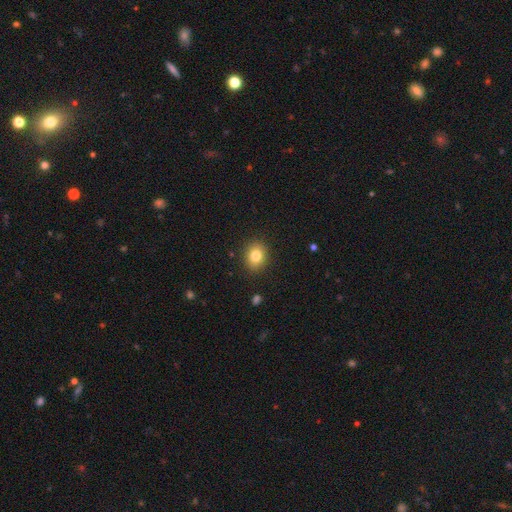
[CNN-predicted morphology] smooth-or-featured: smooth: 82% | star or artifact: 10% | featured or disk: 8%
  how-rounded: round: 58% | in between: 41% | cigar-shaped: 1%
  merging: none: 89% | minor disturbance: 8% | major disturbance: 2% | merger: 1%